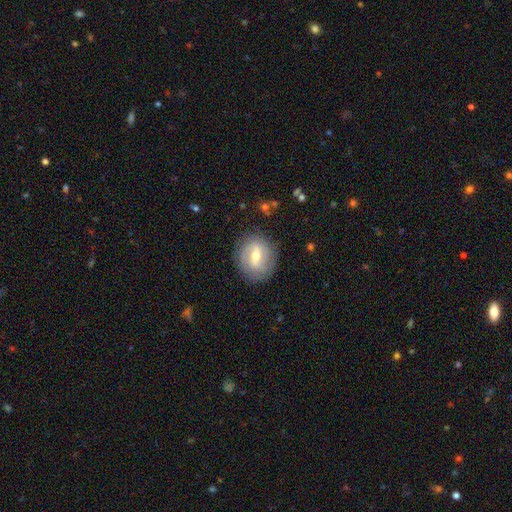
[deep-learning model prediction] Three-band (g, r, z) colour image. It shows a featured or disk galaxy (62%) with a weak bar (51%), spiral arms (68%) and a moderate central bulge (68%). Merging: none (82%).